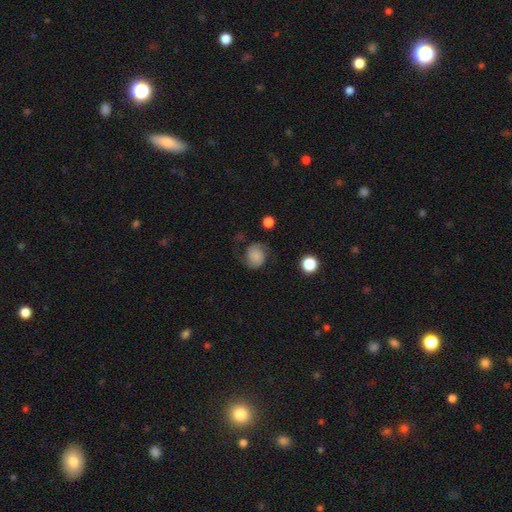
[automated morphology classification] featured or disk 45%, smooth 44%, star or artifact 11%. Down the decision tree: merging — none (66%).